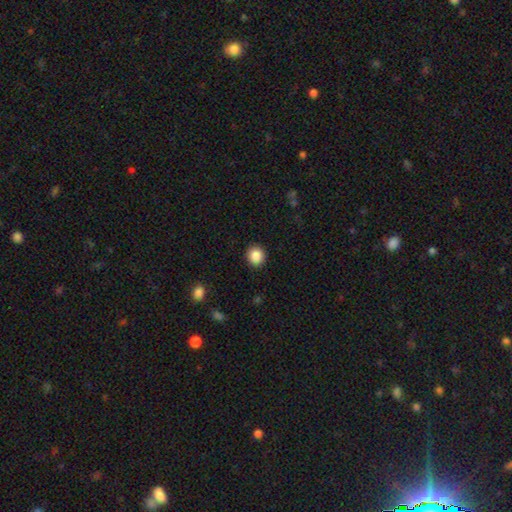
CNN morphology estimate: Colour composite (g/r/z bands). It shows a smooth galaxy with no disk features (87%) that is round (82%). Merging: none (91%).